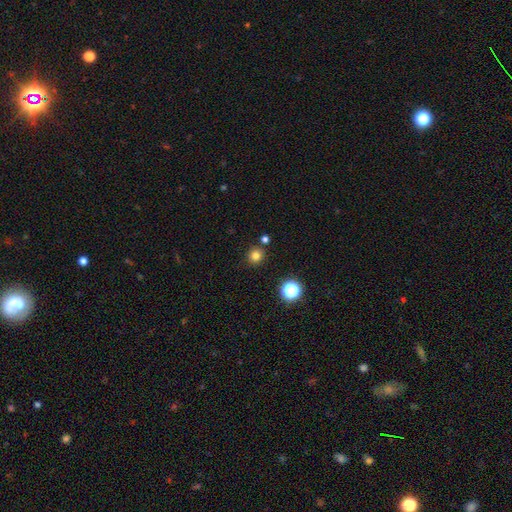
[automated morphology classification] Smooth or featured?
  - smooth: 78% *
  - star or artifact: 16%
  - featured or disk: 6%
How rounded?
  - round: 91% *
  - in between: 8%
  - cigar-shaped: 1%
Merging?
  - none: 86% *
  - minor disturbance: 7%
  - merger: 5%
  - major disturbance: 2%